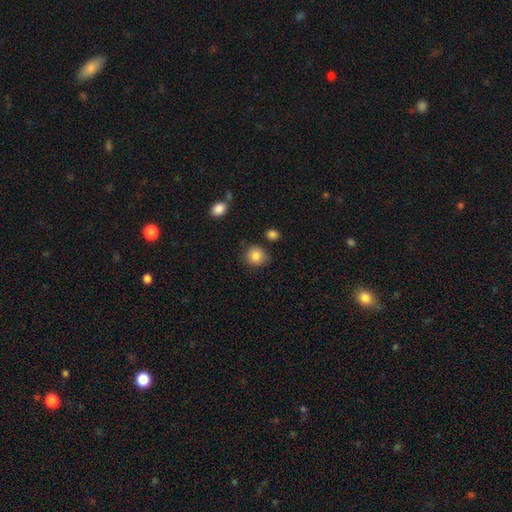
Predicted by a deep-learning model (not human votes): smooth-or-featured: smooth: 85% | star or artifact: 9% | featured or disk: 6%
  how-rounded: round: 82% | in between: 17% | cigar-shaped: 1%
  merging: none: 79% | minor disturbance: 14% | merger: 4% | major disturbance: 3%